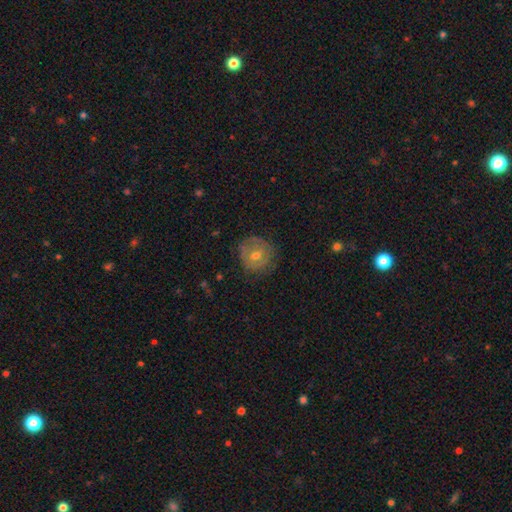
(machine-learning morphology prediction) The model was most divided on "smooth or featured": smooth: 48%, featured or disk: 41%, star or artifact: 11%. More confident: merging — none (79%).